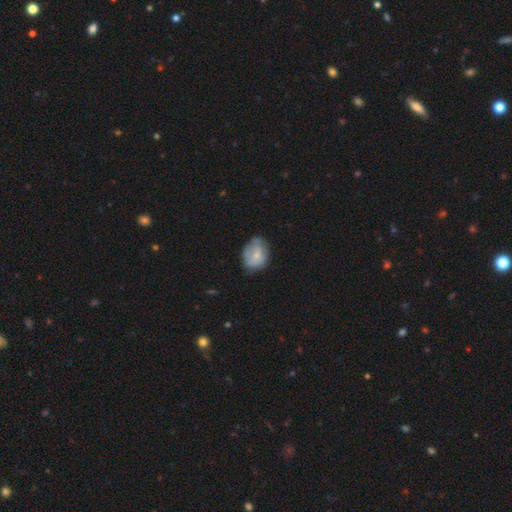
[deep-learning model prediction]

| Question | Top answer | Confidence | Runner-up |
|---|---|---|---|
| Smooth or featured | smooth | 59% | featured or disk (34%) |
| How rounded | in between | 58% | round (41%) |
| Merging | none | 62% | minor disturbance (28%) |